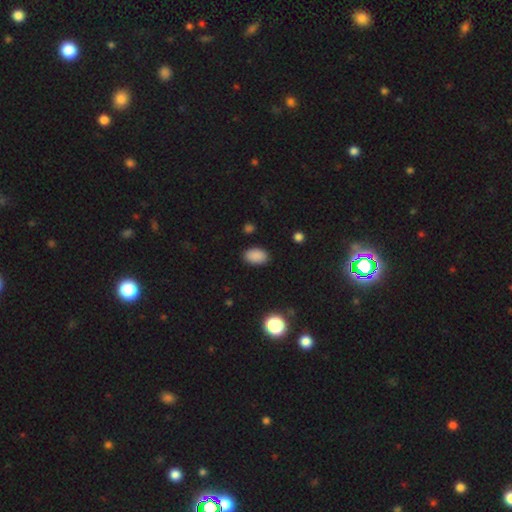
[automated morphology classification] A smooth galaxy with no disk features (87%) that is in between round and cigar-shaped (90%).

Vote fractions:
- Smooth or featured? smooth: 87% / star or artifact: 10% / featured or disk: 3%
- How rounded? in between: 90% / round: 9% / cigar-shaped: 1%
- Merging? none: 87% / minor disturbance: 9% / major disturbance: 2% / merger: 1%